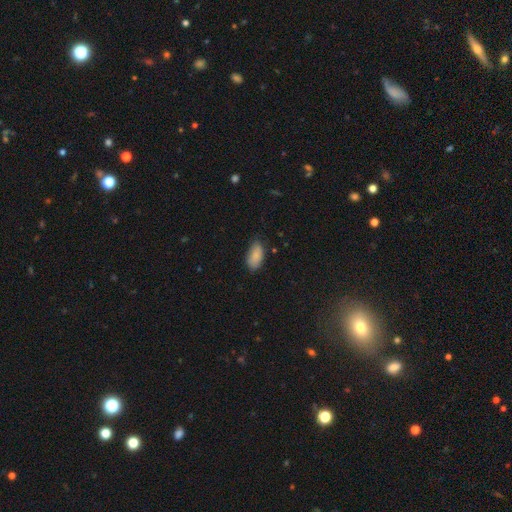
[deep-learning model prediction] A smooth galaxy with no disk features (87%) that is in between round and cigar-shaped (93%). Merging: none (74%).